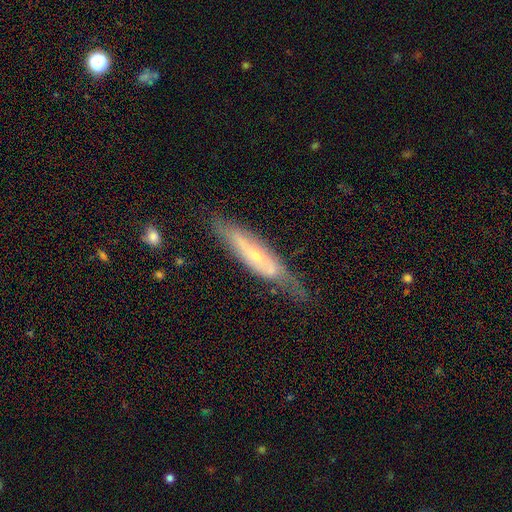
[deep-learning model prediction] Morphology: type=featured or disk (63%); edge-on=no (51%); merging=none (58%).